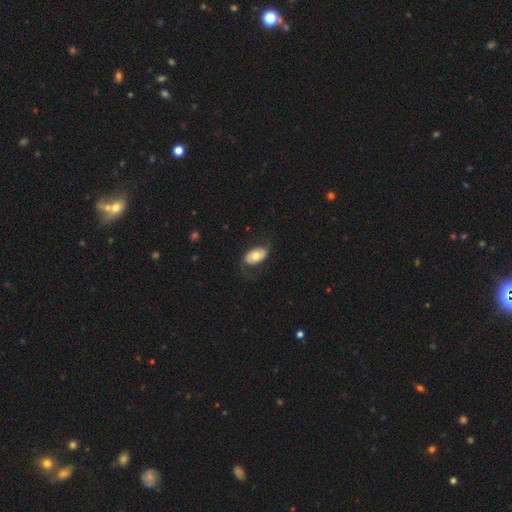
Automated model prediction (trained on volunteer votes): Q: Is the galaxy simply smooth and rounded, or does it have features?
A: smooth — 54%.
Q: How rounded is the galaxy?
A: in between — 92%.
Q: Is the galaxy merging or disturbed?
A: none — 67%.